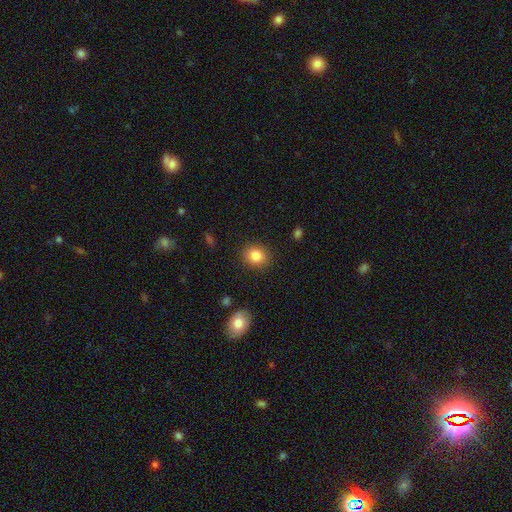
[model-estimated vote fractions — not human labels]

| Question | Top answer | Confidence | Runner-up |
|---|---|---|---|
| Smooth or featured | smooth | 83% | star or artifact (10%) |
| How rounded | round | 68% | in between (31%) |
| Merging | none | 89% | minor disturbance (8%) |